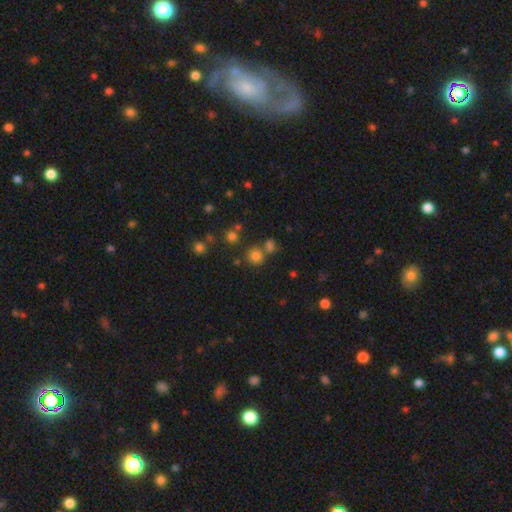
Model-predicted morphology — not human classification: A smooth galaxy with no disk features (74%) that is round (87%). Merging: none (66%).